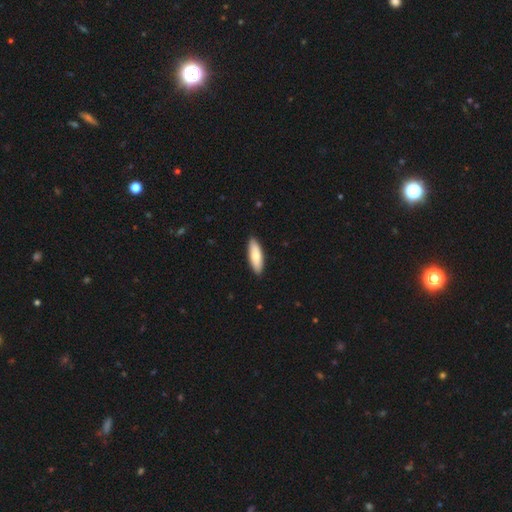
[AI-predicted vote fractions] Smooth or featured: smooth — 76% (featured or disk — 19%)
How rounded: in between — 53% (cigar-shaped — 45%)
Merging: none — 91% (minor disturbance — 7%)